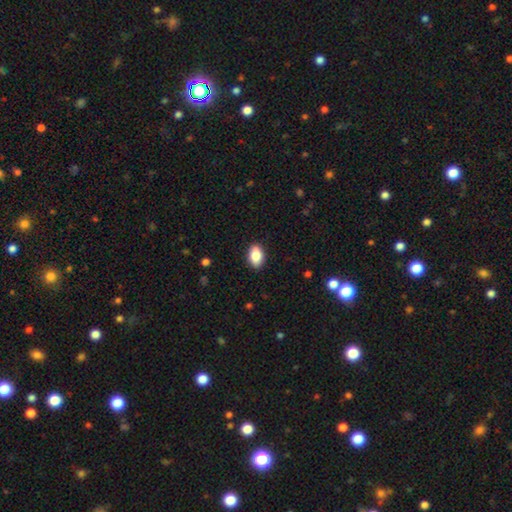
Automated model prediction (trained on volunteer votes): This appears to be a smooth galaxy with no disk features (85%) that is in between round and cigar-shaped (90%). Merging: none (89%).